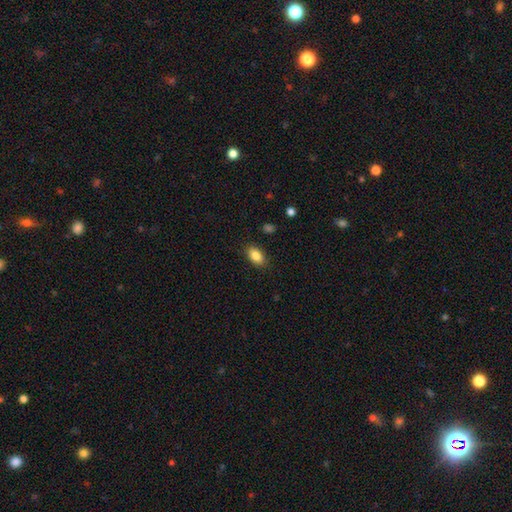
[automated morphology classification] A smooth galaxy with no disk features (85%) that is in between round and cigar-shaped (91%). Merging: none (86%).